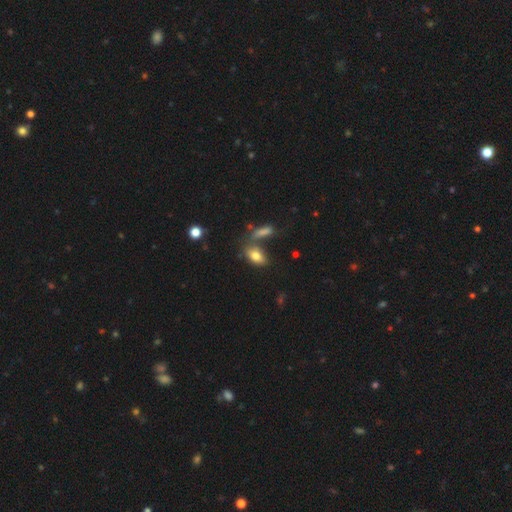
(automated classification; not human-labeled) Q: Smooth or featured?
A: smooth (79%); runner-up: featured or disk (12%)
Q: How rounded?
A: in between (87%); runner-up: cigar-shaped (7%)
Q: Merging?
A: none (55%); runner-up: merger (24%)